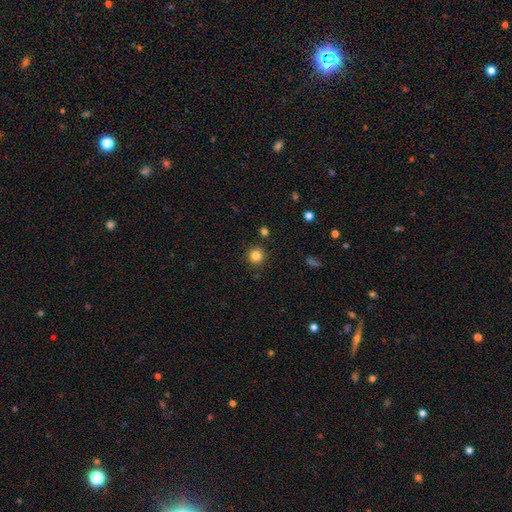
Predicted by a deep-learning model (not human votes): This is clearly a smooth galaxy (84%). How rounded: clearly round (94%). Merging: clearly none (89%).